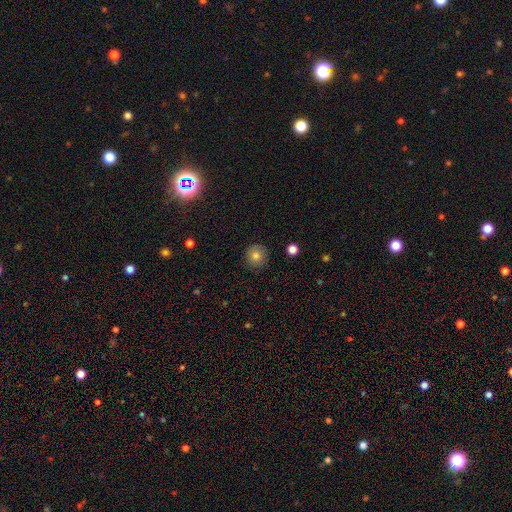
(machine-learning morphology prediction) A smooth galaxy with no disk features (81%) that is round (93%). Merging: none (89%).